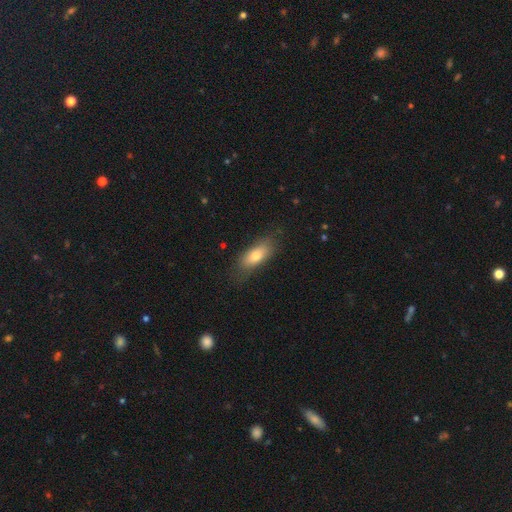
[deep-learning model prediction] The model was most divided on "smooth or featured": smooth: 75%, featured or disk: 18%, star or artifact: 8%. More confident: how rounded — in between (77%); merging — none (75%).